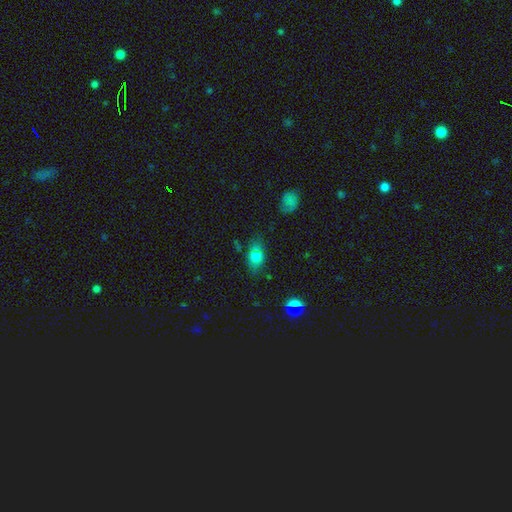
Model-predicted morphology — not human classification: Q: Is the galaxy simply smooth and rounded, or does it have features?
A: smooth — 75%.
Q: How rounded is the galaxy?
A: in between — 83%.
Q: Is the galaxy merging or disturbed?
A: none — 75%.